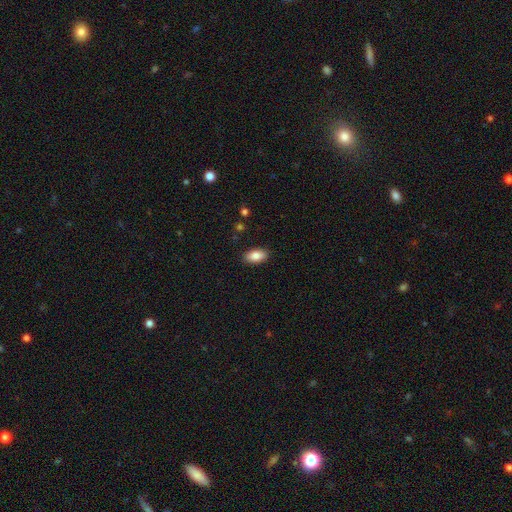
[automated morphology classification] smooth 85%, featured or disk 8%, star or artifact 7%. Down the decision tree: how rounded — in between (93%); merging — none (89%).